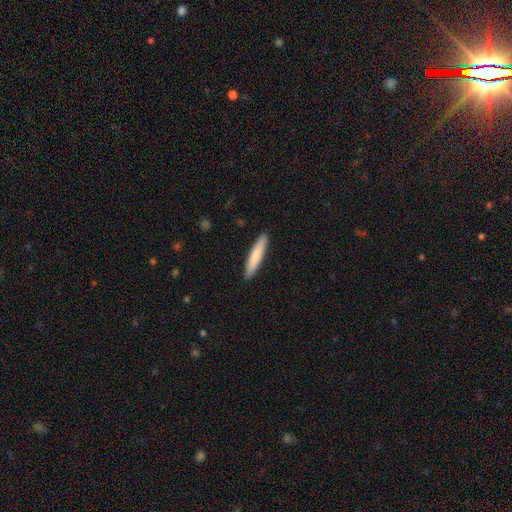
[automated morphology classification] type=smooth (78%); roundness=cigar-shaped (91%); merging=none (91%).